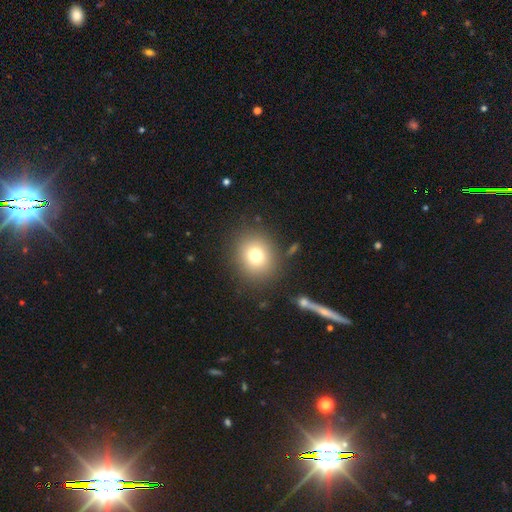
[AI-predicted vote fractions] The model was most divided on "how rounded": round: 80%, in between: 19%, cigar-shaped: 1%. More confident: merging — none (85%); smooth or featured — smooth (76%).